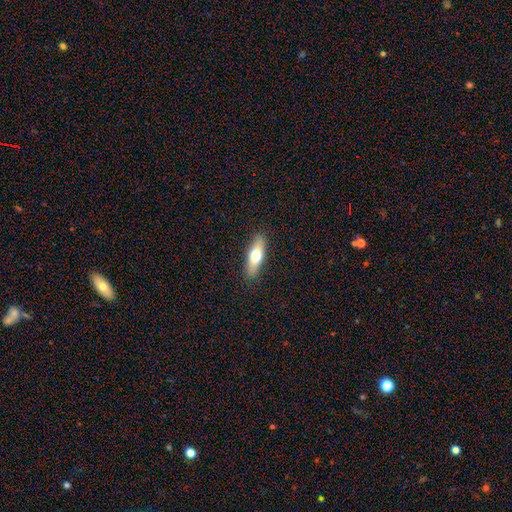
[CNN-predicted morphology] A smooth galaxy with no disk features (61%) that is cigar-shaped (50%). Merging: none (89%).